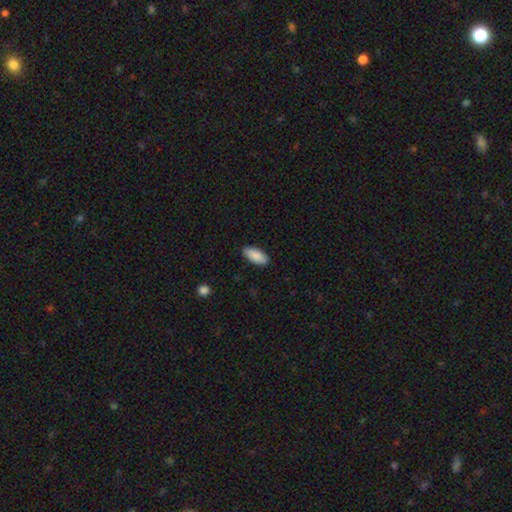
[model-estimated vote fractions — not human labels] Smooth or featured? smooth (89%)
How rounded? in between (87%)
Merging? none (88%)